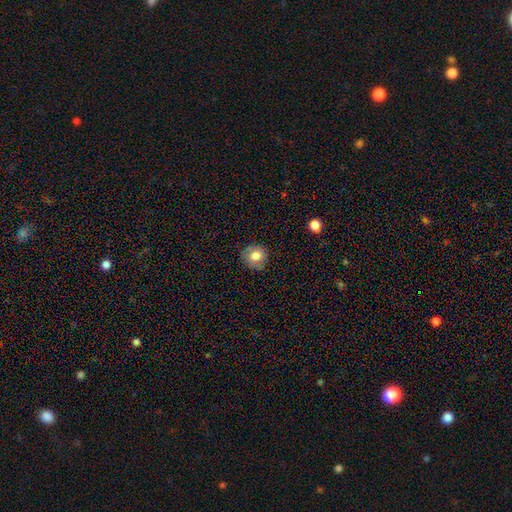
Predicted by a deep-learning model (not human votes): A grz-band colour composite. It shows a smooth galaxy with no disk features (76%) that is round (82%). Merging: none (79%).